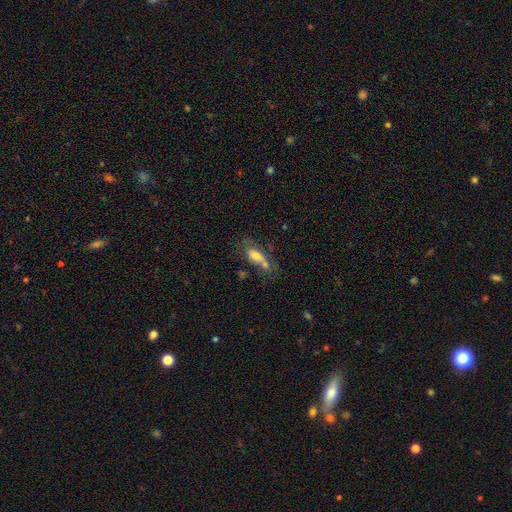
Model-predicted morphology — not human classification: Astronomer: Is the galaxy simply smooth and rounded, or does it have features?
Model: smooth — 58%.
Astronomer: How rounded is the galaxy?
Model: in between — 72%.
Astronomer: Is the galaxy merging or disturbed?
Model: none — 35% (runner-up: merger, 29%).